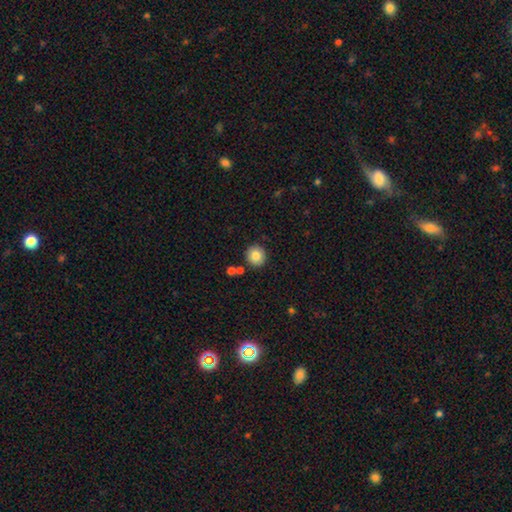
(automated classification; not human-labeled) Q: Smooth or featured?
A: smooth (82%); runner-up: star or artifact (9%)
Q: How rounded?
A: round (92%); runner-up: in between (7%)
Q: Merging?
A: none (87%); runner-up: minor disturbance (7%)